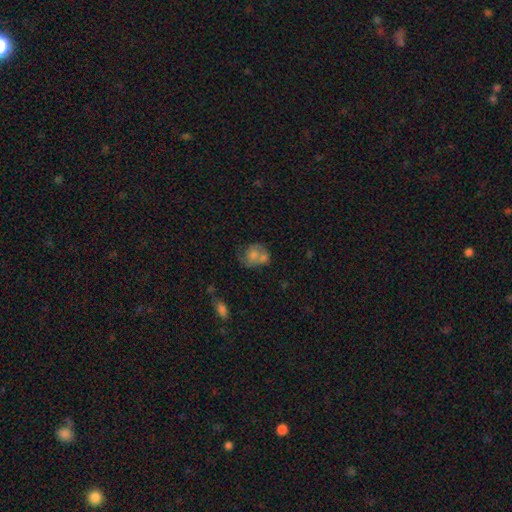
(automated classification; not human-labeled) A smooth galaxy with no disk features (57%) that is round (57%). Merging: merger (40%).